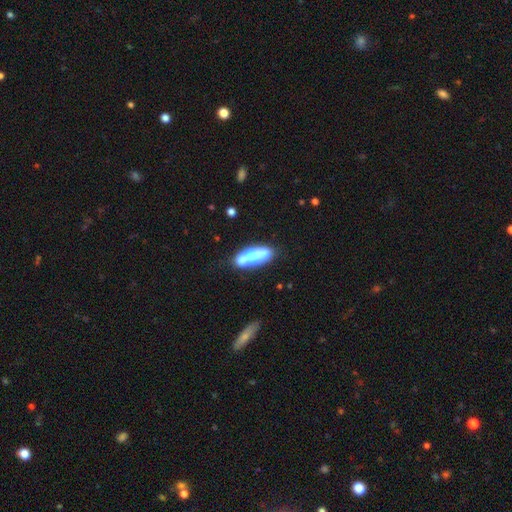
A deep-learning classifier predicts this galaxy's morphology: smooth 46%, featured or disk 44%, star or artifact 9%. Down the decision tree: merging — none (43%).